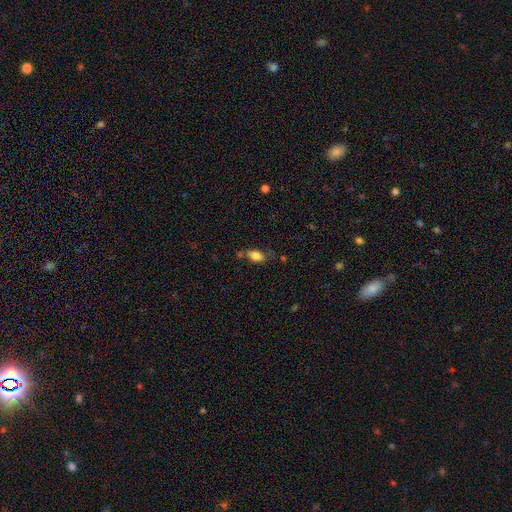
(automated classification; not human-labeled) Q: Smooth or featured?
A: smooth (80%); runner-up: featured or disk (12%)
Q: How rounded?
A: in between (88%); runner-up: cigar-shaped (6%)
Q: Merging?
A: none (59%); runner-up: minor disturbance (22%)